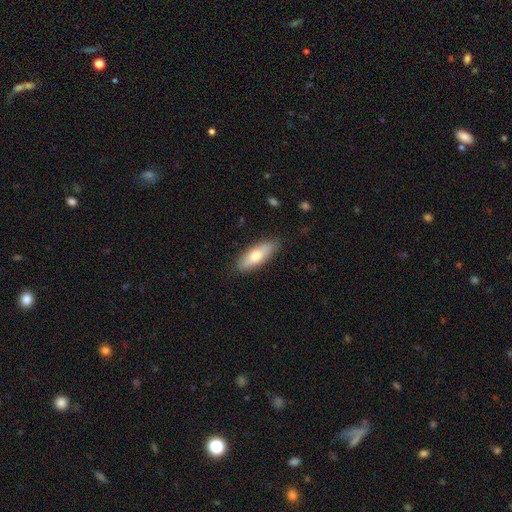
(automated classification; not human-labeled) A smooth galaxy with no disk features (70%) that is in between round and cigar-shaped (62%). Merging: none (85%).